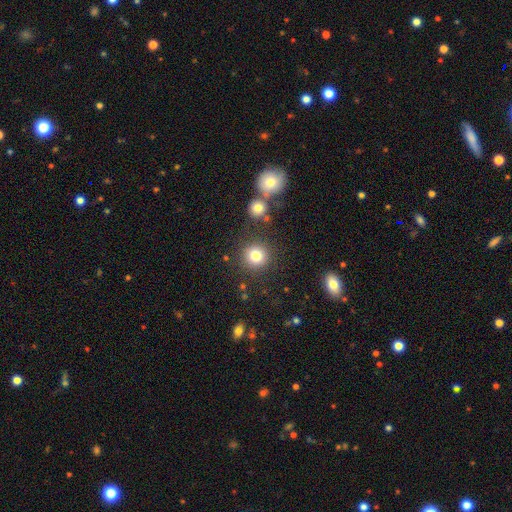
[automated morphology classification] smooth 81%, star or artifact 12%, featured or disk 7%. Down the decision tree: how rounded — round (92%); merging — none (84%).